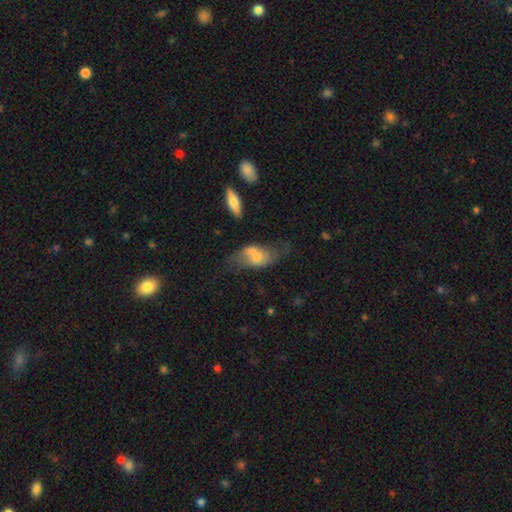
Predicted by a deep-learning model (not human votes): The model was most divided on "merging": none: 32%, merger: 30%, minor disturbance: 20%, major disturbance: 17%. Remaining: smooth or featured — featured or disk (48%).